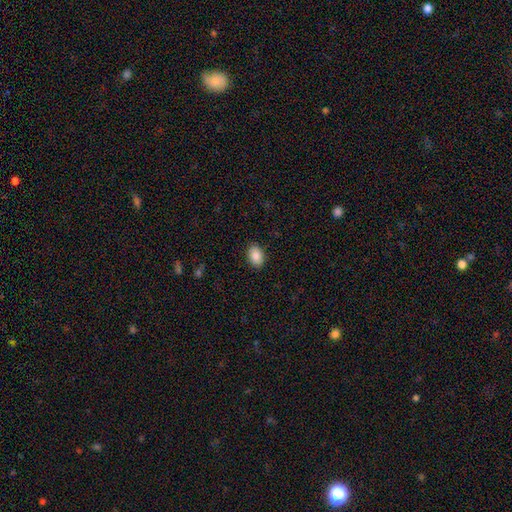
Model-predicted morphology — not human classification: This appears to be a smooth galaxy with no disk features (87%) that is in between round and cigar-shaped (83%). Merging: none (89%).